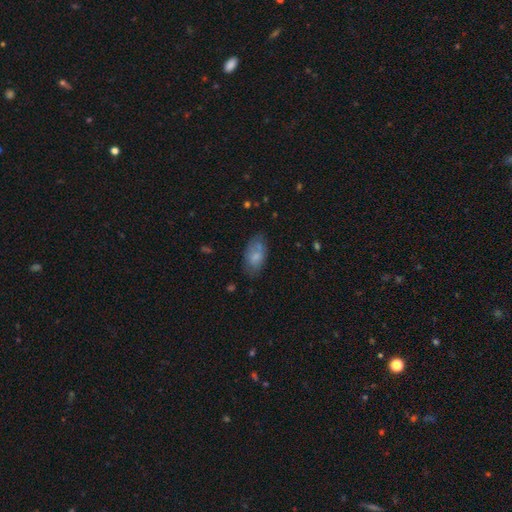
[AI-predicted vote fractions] The model was most divided on "merging": none: 62%, minor disturbance: 24%, major disturbance: 8%, merger: 6%. More confident: how rounded — in between (92%); smooth or featured — smooth (72%).